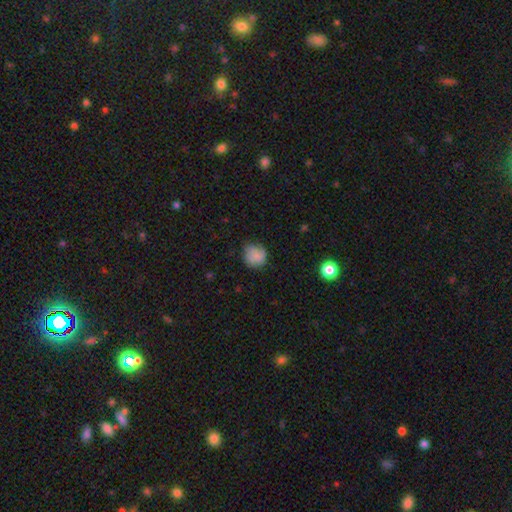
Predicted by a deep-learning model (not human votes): This appears to be a smooth galaxy with no disk features (82%) that is round (79%). Merging: none (67%).